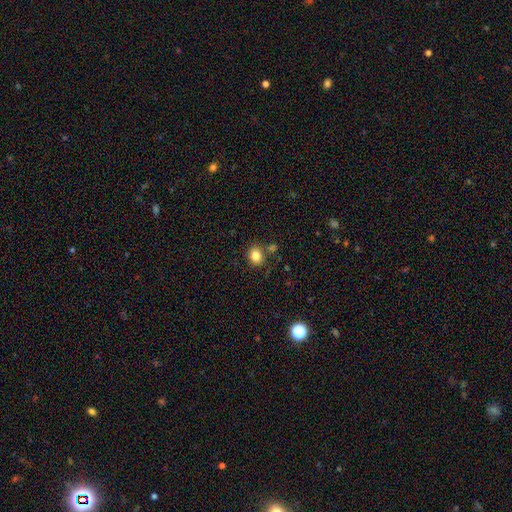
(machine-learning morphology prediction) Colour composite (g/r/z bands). It shows a smooth galaxy with no disk features (83%) that is round (60%). Merging: none (76%).